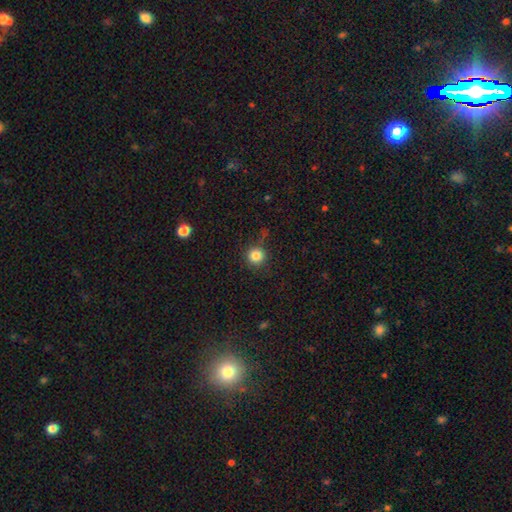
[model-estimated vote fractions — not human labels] Smooth or featured? Predicted: smooth (p=0.84). How rounded? Predicted: round (p=0.94). Merging? Predicted: none (p=0.84).